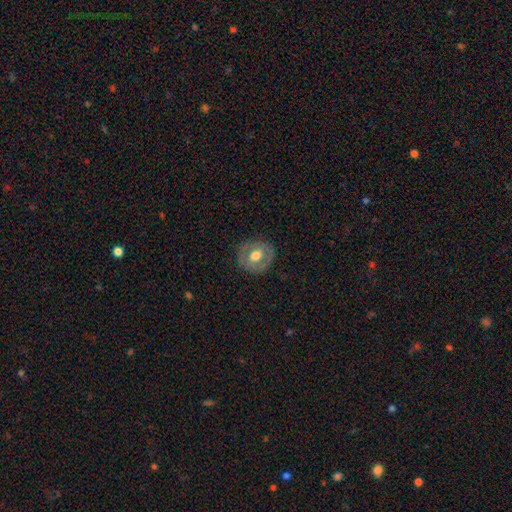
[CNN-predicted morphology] Overall: smooth (48%; featured or disk 46%). Merging: none (83%).